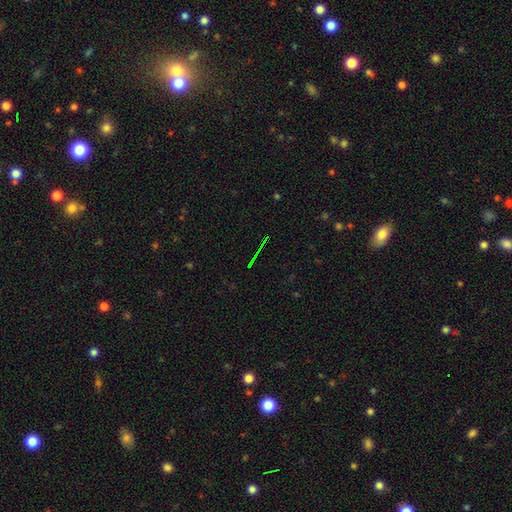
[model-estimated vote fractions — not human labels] A star or artifact, not a galaxy (72%).

Vote fractions:
- Smooth or featured? star or artifact: 72% / featured or disk: 16% / smooth: 12%